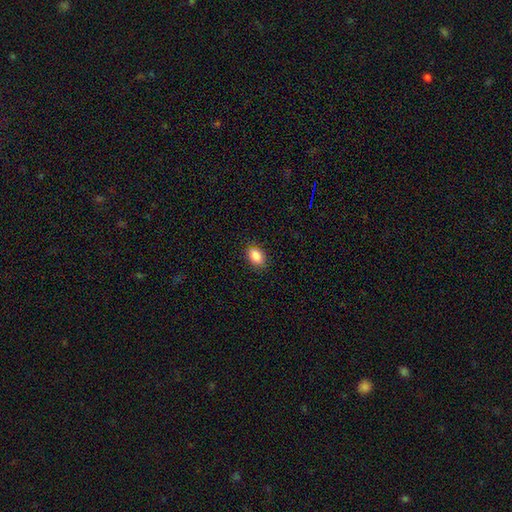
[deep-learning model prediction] The model was most divided on "how rounded": in between: 86%, round: 12%, cigar-shaped: 1%. More confident: smooth or featured — smooth (88%); merging — none (87%).